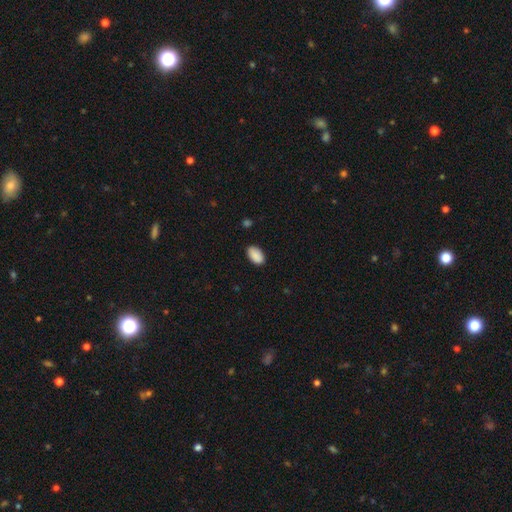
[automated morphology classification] Smooth or featured: smooth — 90% (star or artifact — 7%)
How rounded: in between — 94% (round — 5%)
Merging: none — 85% (minor disturbance — 12%)